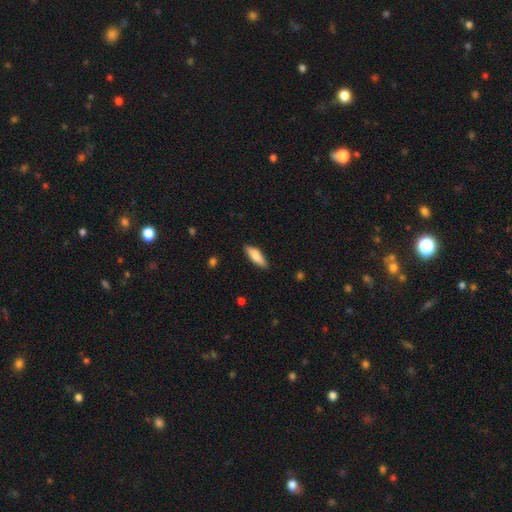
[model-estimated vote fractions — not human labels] Smooth or featured: smooth — 81% (featured or disk — 13%)
How rounded: in between — 51% (cigar-shaped — 47%)
Merging: none — 87% (minor disturbance — 10%)